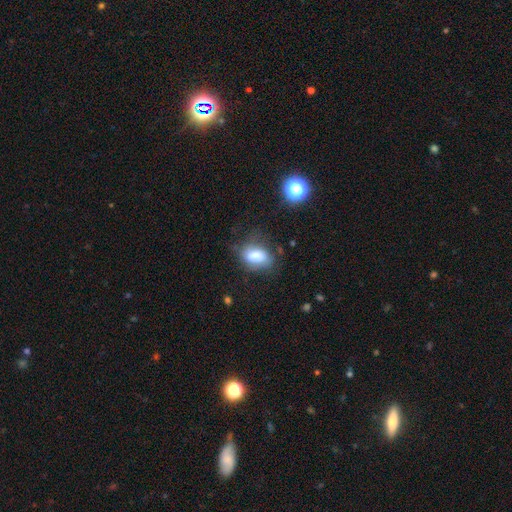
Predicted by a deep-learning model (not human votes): smooth-or-featured: smooth: 74% | featured or disk: 15% | star or artifact: 10%
  how-rounded: in between: 83% | round: 14% | cigar-shaped: 2%
  merging: none: 53% | minor disturbance: 28% | major disturbance: 14% | merger: 5%